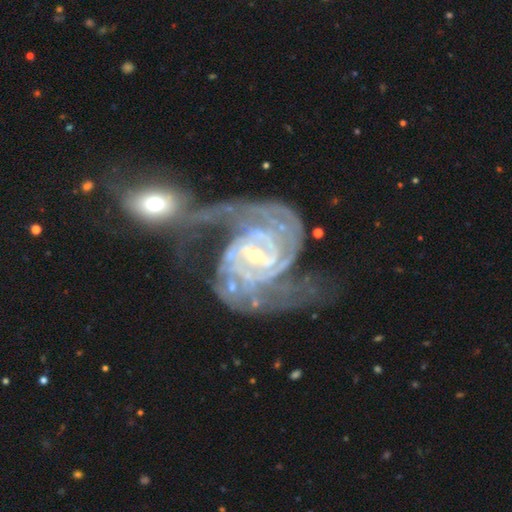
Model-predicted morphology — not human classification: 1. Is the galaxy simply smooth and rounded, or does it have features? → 92% featured or disk, 5% star or artifact, 3% smooth.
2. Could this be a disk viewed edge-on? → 97% no, 3% yes.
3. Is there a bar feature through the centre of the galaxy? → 44% weak, 31% no, 26% strong.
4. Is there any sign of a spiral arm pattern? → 98% yes, 2% no.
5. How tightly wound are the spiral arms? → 51% tight, 37% medium, 11% loose.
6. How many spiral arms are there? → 47% 2, 18% can't tell, 15% 3, 8% 4, 6% more than 4, 6% 1.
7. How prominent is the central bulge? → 67% small, 29% moderate, 2% large, 1% none, 1% dominant.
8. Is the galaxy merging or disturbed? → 36% merger, 26% major disturbance, 24% none, 15% minor disturbance.